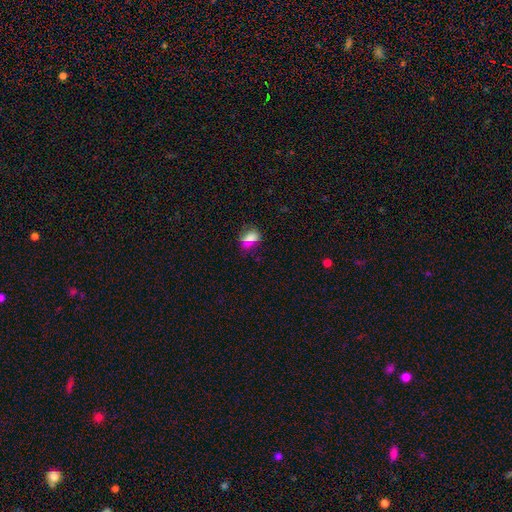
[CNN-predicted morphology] Smooth or featured?
  - smooth: 64% *
  - star or artifact: 25%
  - featured or disk: 11%
How rounded?
  - in between: 56% *
  - round: 38%
  - cigar-shaped: 6%
Merging?
  - none: 70% *
  - minor disturbance: 19%
  - major disturbance: 7%
  - merger: 5%